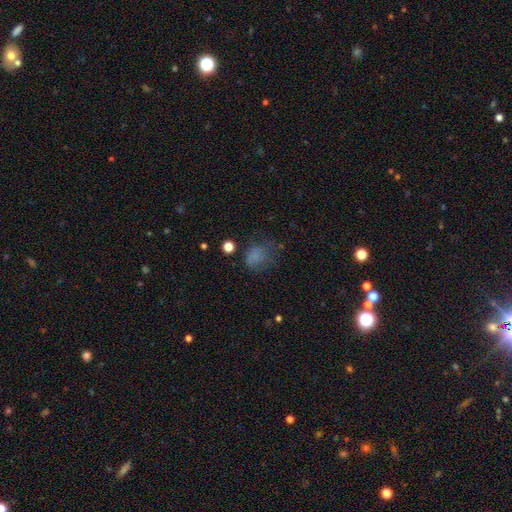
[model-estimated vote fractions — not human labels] smooth-or-featured: smooth: 68% | star or artifact: 18% | featured or disk: 14%
  how-rounded: in between: 52% | round: 47% | cigar-shaped: 1%
  merging: none: 44% | major disturbance: 27% | minor disturbance: 26% | merger: 3%